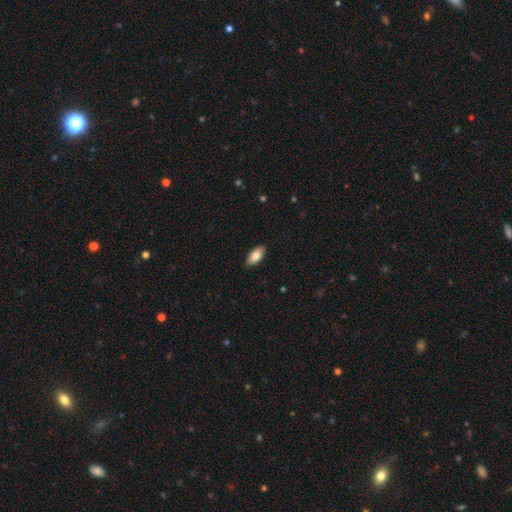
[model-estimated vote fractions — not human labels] Smooth or featured: smooth — 81% (featured or disk — 12%)
How rounded: in between — 91% (cigar-shaped — 7%)
Merging: none — 89% (minor disturbance — 8%)